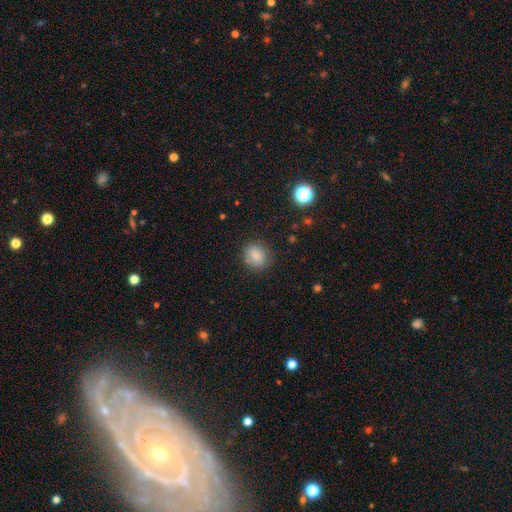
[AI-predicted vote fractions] smooth_or_featured: smooth (p=0.85) [alt: star or artifact p=0.10]
how_rounded: round (p=0.71) [alt: in between p=0.28]
merging: none (p=0.83) [alt: minor disturbance p=0.12]